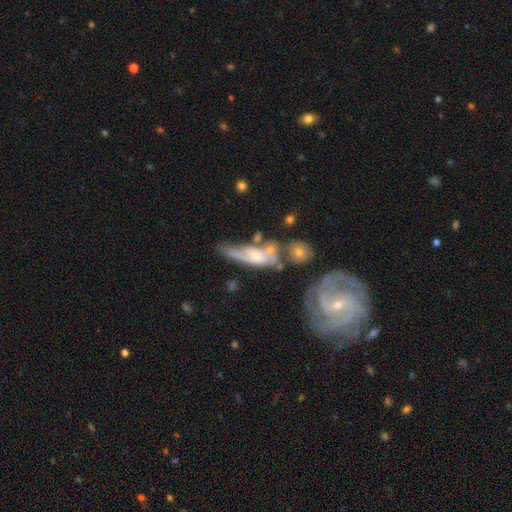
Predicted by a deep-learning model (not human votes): The model was most divided on "merging": merger: 28%, none: 27%, major disturbance: 23%, minor disturbance: 22%. More confident: edge-on disk — no (75%); smooth or featured — featured or disk (60%).